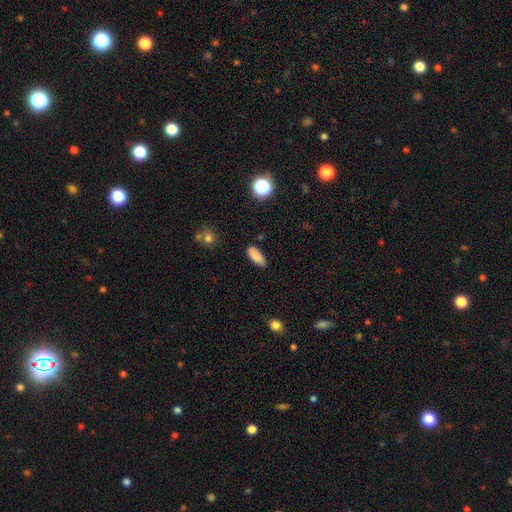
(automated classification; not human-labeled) Smooth or featured? smooth (87%)
How rounded? in between (77%)
Merging? none (85%)